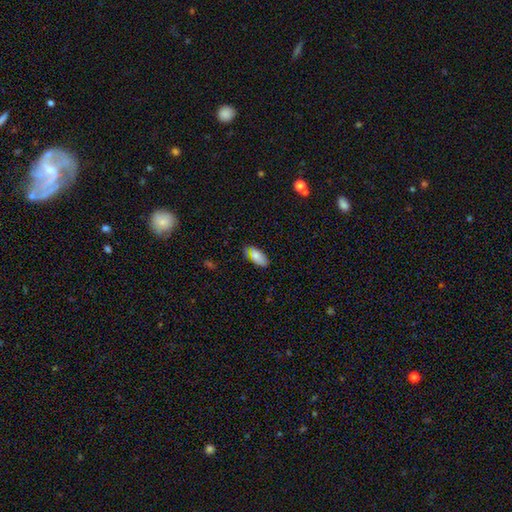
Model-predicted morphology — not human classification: A smooth galaxy with no disk features (75%) that is in between round and cigar-shaped (90%). Merging: none (75%).